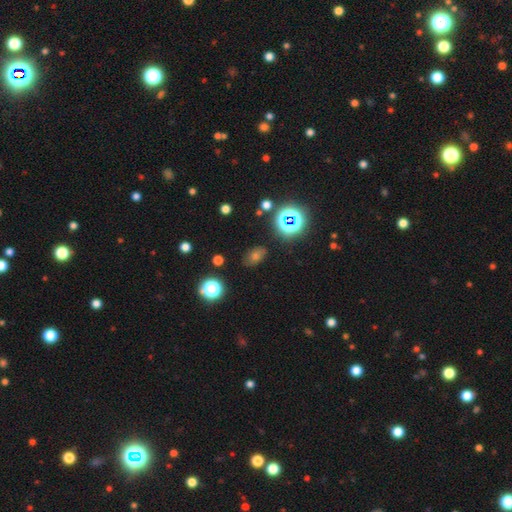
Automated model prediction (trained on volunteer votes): smooth-or-featured: smooth: 49% | star or artifact: 41% | featured or disk: 10%
  merging: none: 83% | minor disturbance: 11% | major disturbance: 3% | merger: 2%